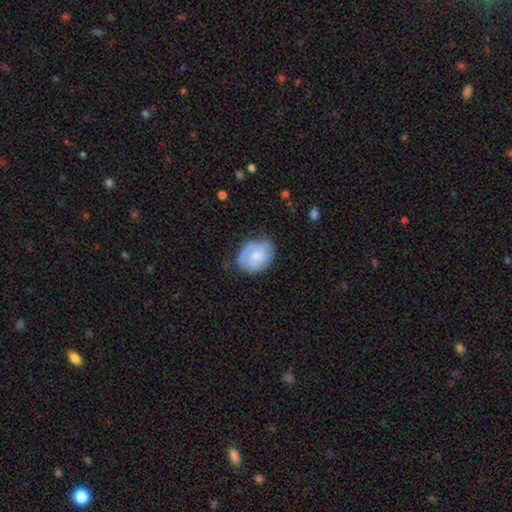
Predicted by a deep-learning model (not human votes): Smooth or featured? smooth (52%)
How rounded? in between (54%)
Merging? none (60%)